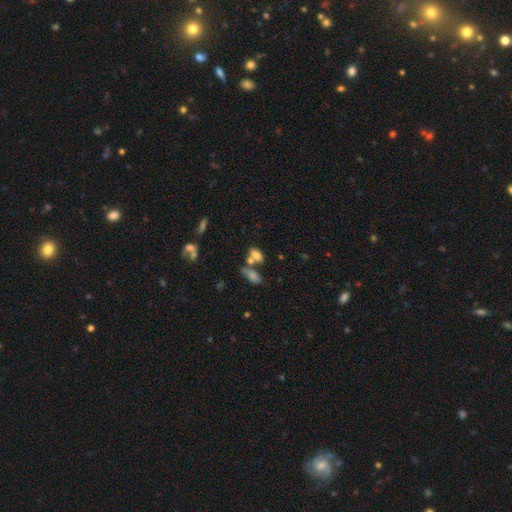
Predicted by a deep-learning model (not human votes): This is likely a smooth galaxy (73%). How rounded: clearly in between (84%). Merging: marginally merger (41%).